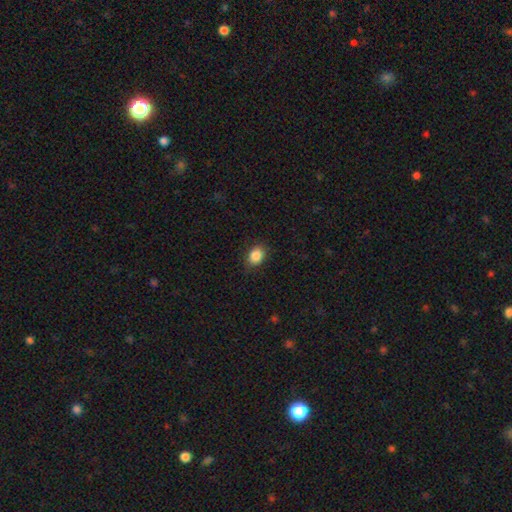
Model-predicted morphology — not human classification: smooth-or-featured: smooth: 86% | star or artifact: 9% | featured or disk: 5%
  how-rounded: in between: 64% | round: 35% | cigar-shaped: 1%
  merging: none: 85% | minor disturbance: 12% | major disturbance: 3% | merger: 1%